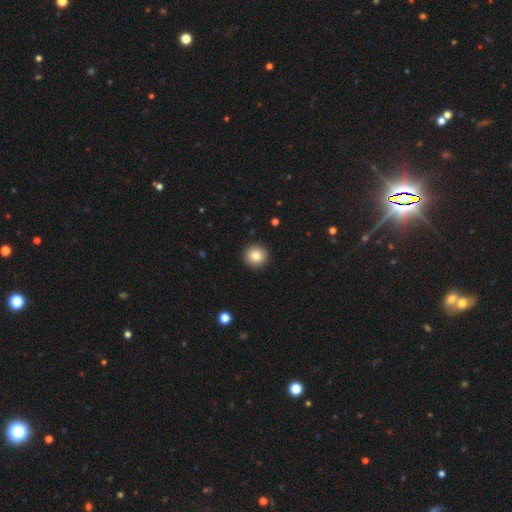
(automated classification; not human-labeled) A smooth galaxy with no disk features (84%) that is round (94%). Merging: none (93%).